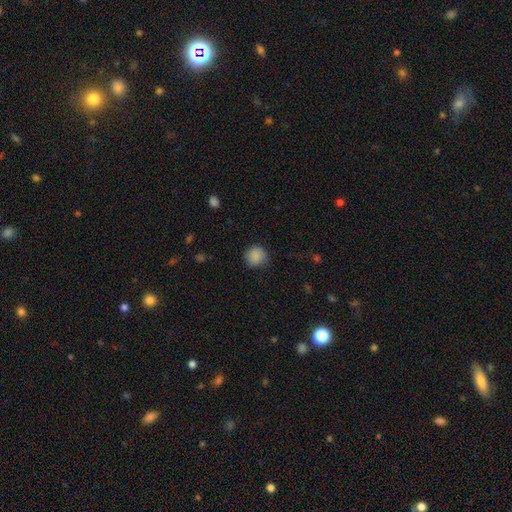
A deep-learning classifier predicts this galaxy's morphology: Smooth or featured: smooth — 87% (star or artifact — 9%)
How rounded: round — 89% (in between — 10%)
Merging: none — 79% (minor disturbance — 16%)